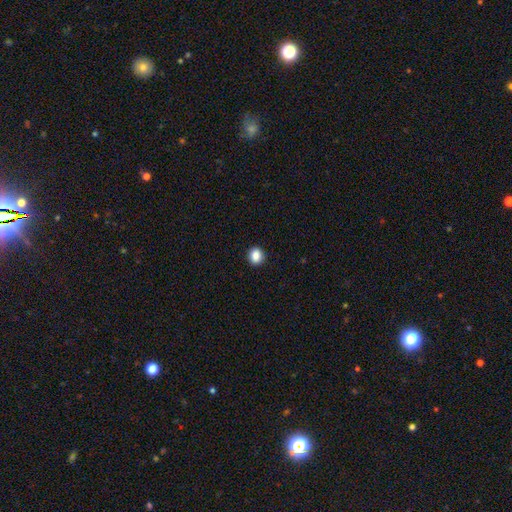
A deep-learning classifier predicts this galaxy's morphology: smooth-or-featured: smooth: 87% | star or artifact: 9% | featured or disk: 3%
  how-rounded: round: 68% | in between: 31% | cigar-shaped: 1%
  merging: none: 91% | minor disturbance: 7% | major disturbance: 2% | merger: 1%